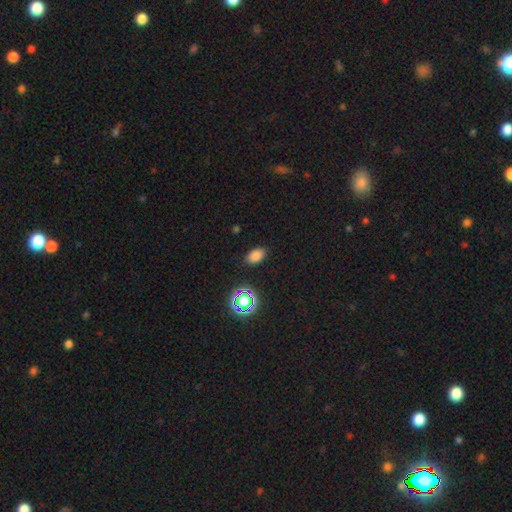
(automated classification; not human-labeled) Smooth or featured: smooth — 78% (star or artifact — 17%)
How rounded: in between — 88% (round — 10%)
Merging: none — 86% (minor disturbance — 10%)